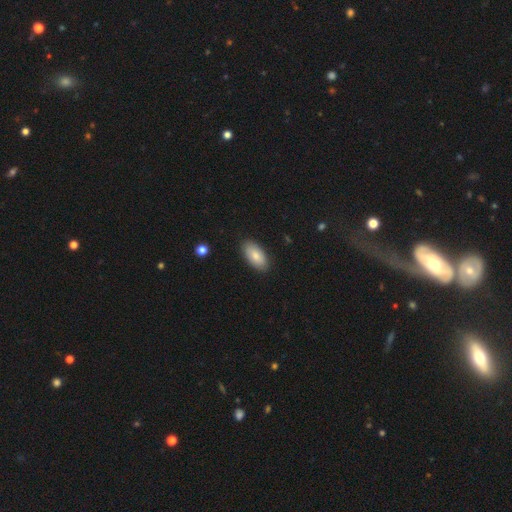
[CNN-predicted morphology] This is clearly a smooth galaxy (80%). How rounded: clearly in between (94%). Merging: clearly none (87%).